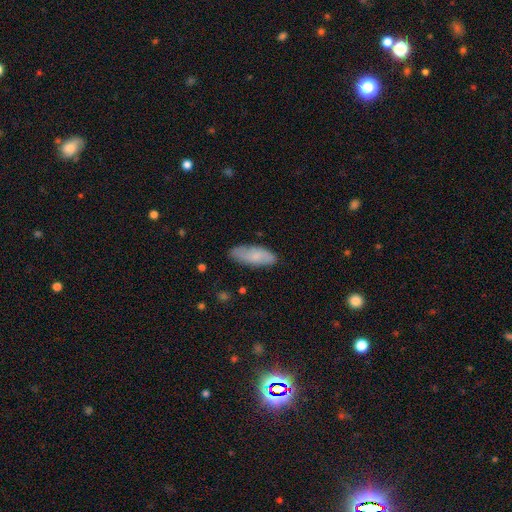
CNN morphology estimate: smooth-or-featured: smooth: 75% | featured or disk: 19% | star or artifact: 6%
  how-rounded: in between: 73% | cigar-shaped: 25% | round: 2%
  merging: none: 82% | minor disturbance: 14% | major disturbance: 3% | merger: 1%